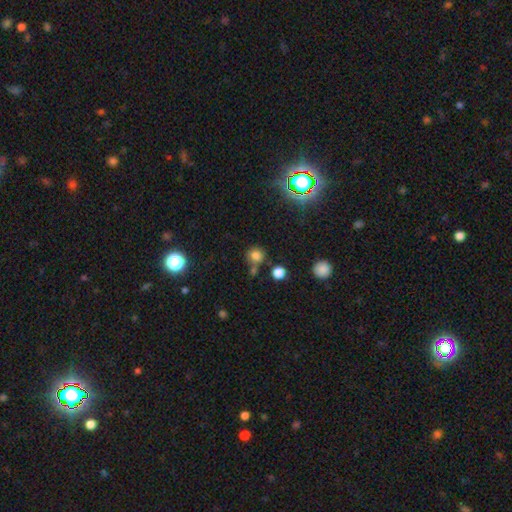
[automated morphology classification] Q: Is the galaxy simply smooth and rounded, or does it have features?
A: smooth — 75%.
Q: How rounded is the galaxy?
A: round — 86%.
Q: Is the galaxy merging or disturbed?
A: none — 67%.